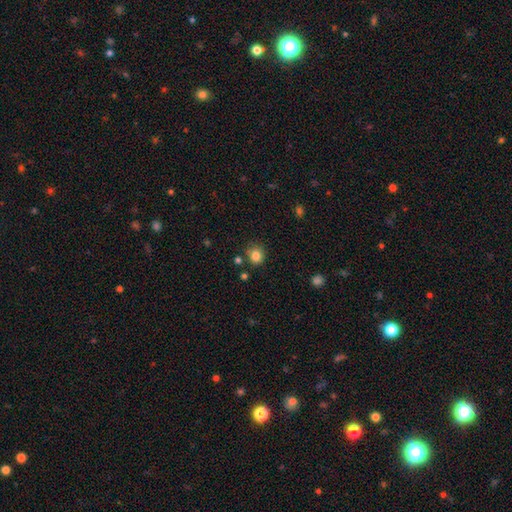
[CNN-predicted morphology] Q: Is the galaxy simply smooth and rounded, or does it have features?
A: smooth — 84%.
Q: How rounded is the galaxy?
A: round — 83%.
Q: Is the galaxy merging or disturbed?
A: none — 78%.